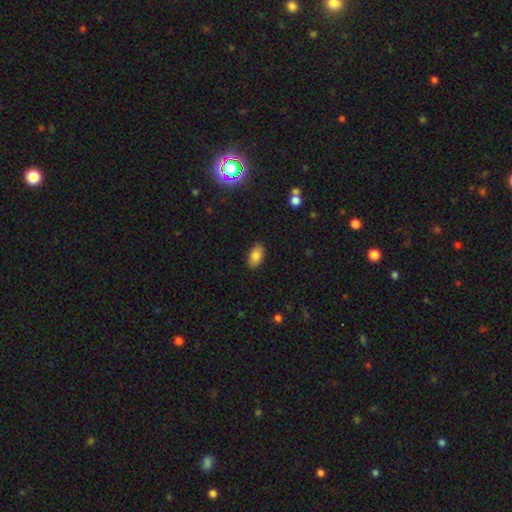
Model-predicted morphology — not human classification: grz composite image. It shows a smooth galaxy with no disk features (84%) that is in between round and cigar-shaped (93%). Merging: none (88%).